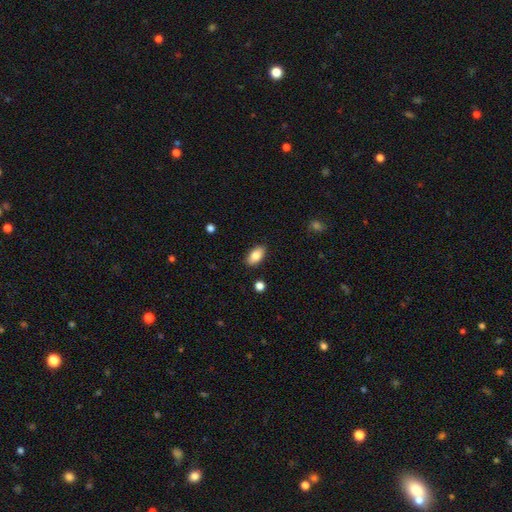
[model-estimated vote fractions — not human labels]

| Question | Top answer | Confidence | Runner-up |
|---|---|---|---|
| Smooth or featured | smooth | 83% | featured or disk (10%) |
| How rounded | in between | 92% | round (4%) |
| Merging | none | 88% | minor disturbance (9%) |